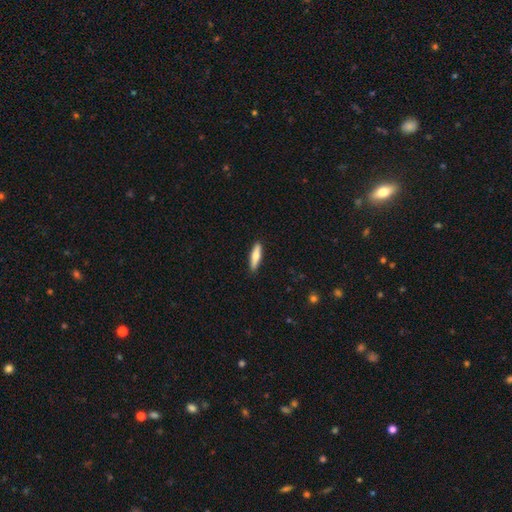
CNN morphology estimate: Smooth or featured?
  - smooth: 69% *
  - featured or disk: 25%
  - star or artifact: 5%
How rounded?
  - cigar-shaped: 75% *
  - in between: 24%
  - round: 2%
Merging?
  - none: 90% *
  - minor disturbance: 7%
  - major disturbance: 2%
  - merger: 1%